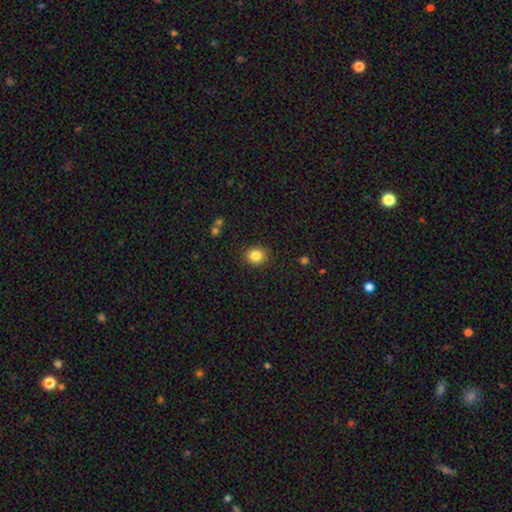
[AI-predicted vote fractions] A smooth galaxy with no disk features (84%) that is round (80%).

Vote fractions:
- Smooth or featured? smooth: 84% / star or artifact: 10% / featured or disk: 5%
- How rounded? round: 80% / in between: 19% / cigar-shaped: 1%
- Merging? none: 89% / minor disturbance: 8% / major disturbance: 2% / merger: 1%